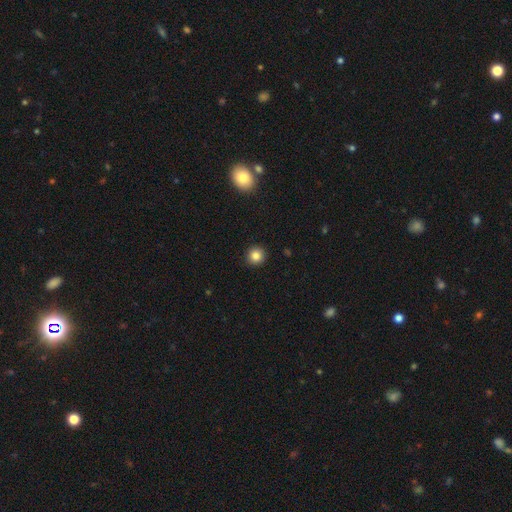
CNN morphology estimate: Overall: smooth (85%). How rounded: round (95%). Merging: none (93%).